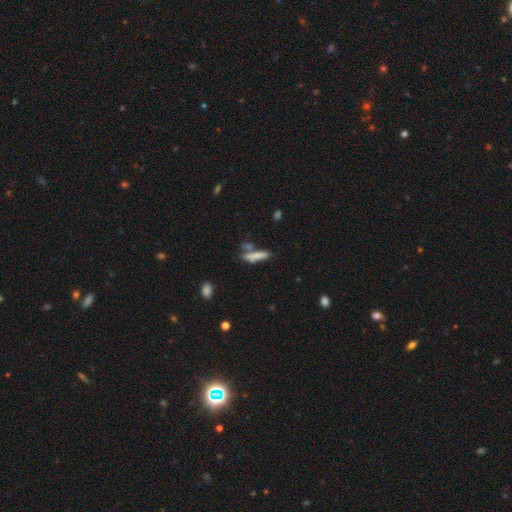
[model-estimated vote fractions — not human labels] smooth_or_featured: smooth (p=0.71) [alt: featured or disk p=0.20]
how_rounded: cigar-shaped (p=0.78) [alt: in between p=0.19]
merging: none (p=0.49) [alt: merger p=0.27]